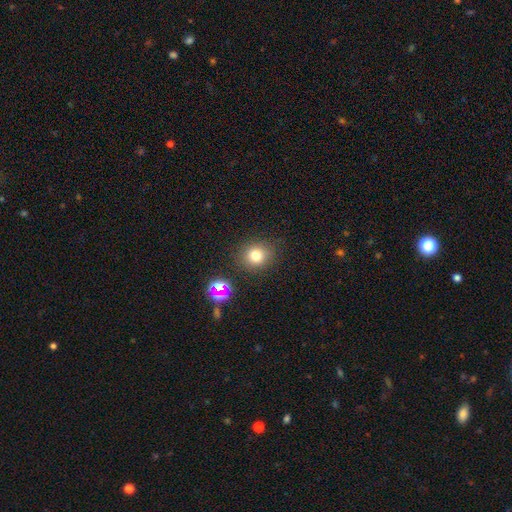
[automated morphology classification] Q: Smooth or featured?
A: smooth (75%); runner-up: star or artifact (17%)
Q: How rounded?
A: round (80%); runner-up: in between (19%)
Q: Merging?
A: none (84%); runner-up: minor disturbance (10%)